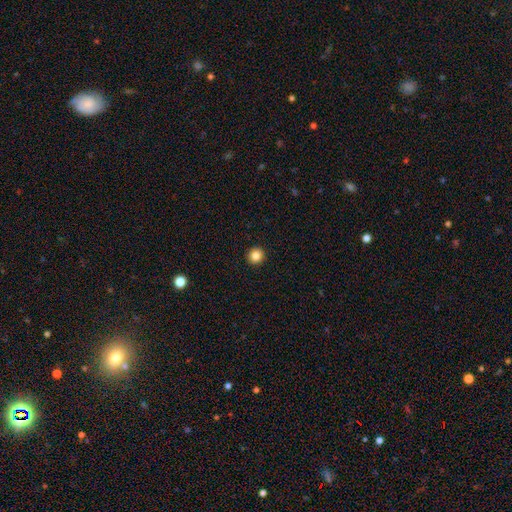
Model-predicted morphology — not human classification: The model was most divided on "smooth or featured": smooth: 84%, star or artifact: 11%, featured or disk: 5%. More confident: merging — none (94%); how rounded — round (93%).